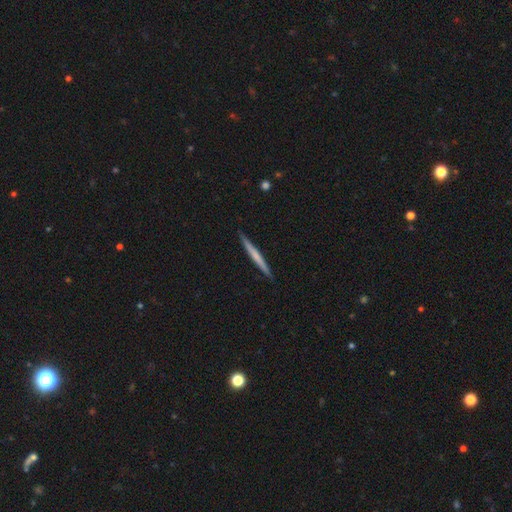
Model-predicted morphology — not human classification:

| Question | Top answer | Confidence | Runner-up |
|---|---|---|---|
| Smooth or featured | smooth | 49% | featured or disk (46%) |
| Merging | none | 92% | minor disturbance (6%) |